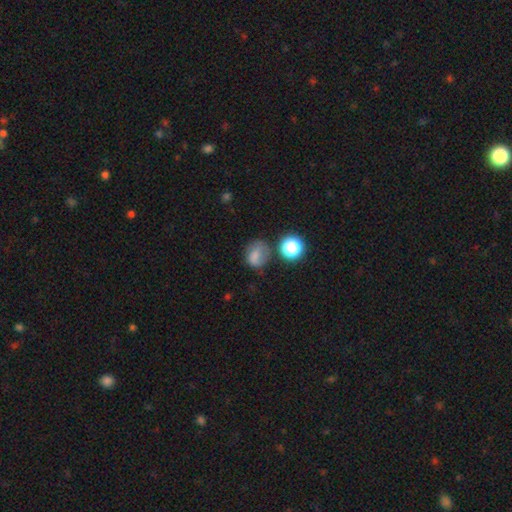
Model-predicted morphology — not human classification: Smooth or featured? Predicted: smooth (p=0.72). How rounded? Predicted: round (p=0.56). Merging? Predicted: none (p=0.52).